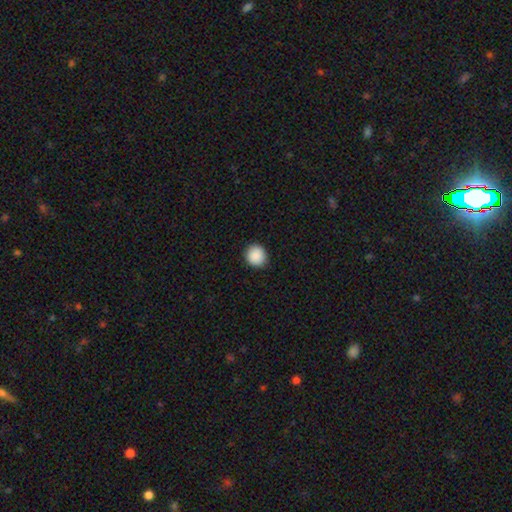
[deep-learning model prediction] smooth 90%, star or artifact 8%, featured or disk 3%. Down the decision tree: how rounded — round (88%); merging — none (90%).